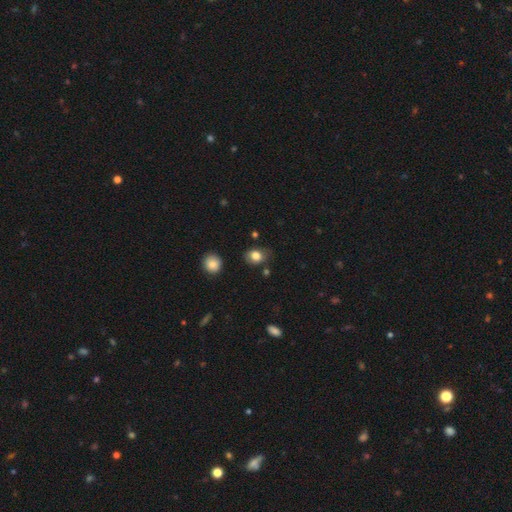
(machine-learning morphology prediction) smooth_or_featured: smooth (p=0.81) [alt: star or artifact p=0.10]
how_rounded: in between (p=0.52) [alt: round p=0.47]
merging: none (p=0.75) [alt: minor disturbance p=0.18]